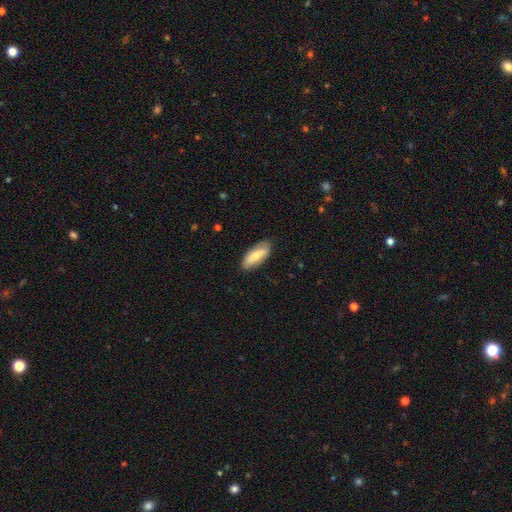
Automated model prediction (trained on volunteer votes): A smooth galaxy with no disk features (65%) that is in between round and cigar-shaped (76%).

Vote fractions:
- Smooth or featured? smooth: 65% / featured or disk: 29% / star or artifact: 6%
- How rounded? in between: 76% / cigar-shaped: 22% / round: 2%
- Merging? none: 81% / minor disturbance: 15% / major disturbance: 3% / merger: 1%